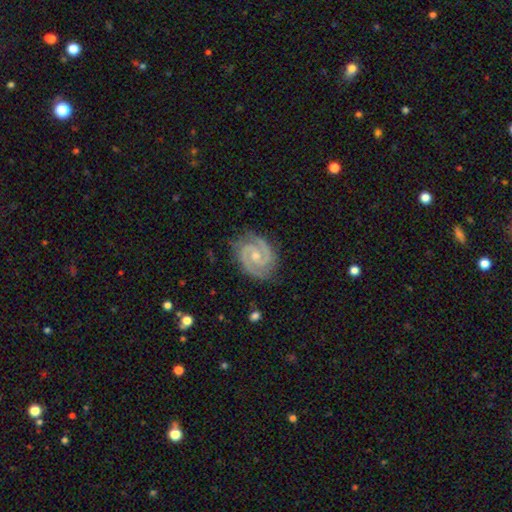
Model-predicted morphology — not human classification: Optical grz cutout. It shows a featured or disk galaxy (93%) with no bar (53%), 2 (92%) tight (57%) spiral arms (99%) and a small central bulge (49%). Merging: none (83%).